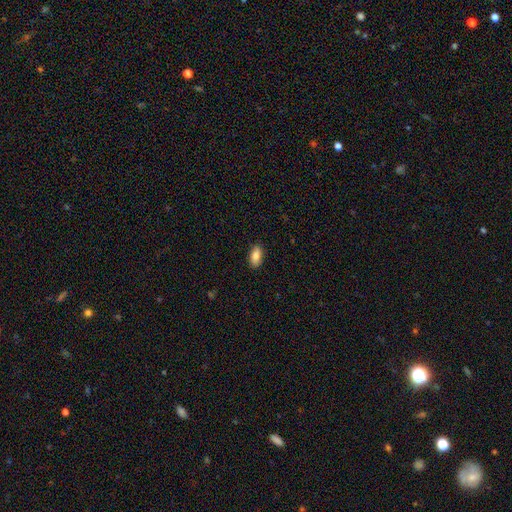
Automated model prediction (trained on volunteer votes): The model was most divided on "smooth or featured": smooth: 82%, featured or disk: 11%, star or artifact: 7%. More confident: how rounded — in between (91%); merging — none (87%).